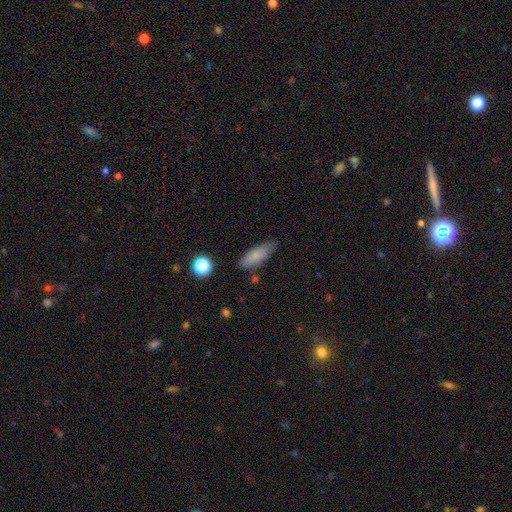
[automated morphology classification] This appears to be a smooth galaxy with no disk features (80%) that is in between round and cigar-shaped (62%). Merging: none (75%).